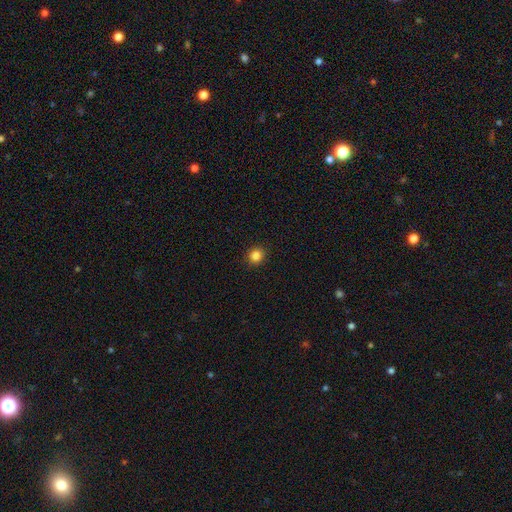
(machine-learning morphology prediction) Q: Smooth or featured?
A: smooth (85%); runner-up: star or artifact (12%)
Q: How rounded?
A: round (87%); runner-up: in between (12%)
Q: Merging?
A: none (92%); runner-up: minor disturbance (6%)